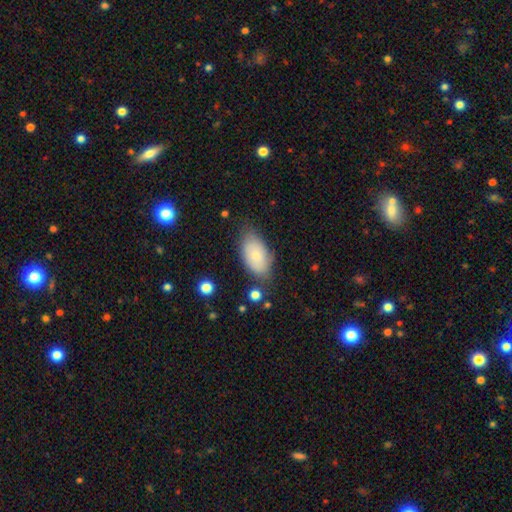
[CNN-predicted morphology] smooth-or-featured: smooth: 73% | featured or disk: 20% | star or artifact: 7%
  how-rounded: in between: 93% | round: 4% | cigar-shaped: 2%
  merging: none: 67% | minor disturbance: 24% | major disturbance: 6% | merger: 3%